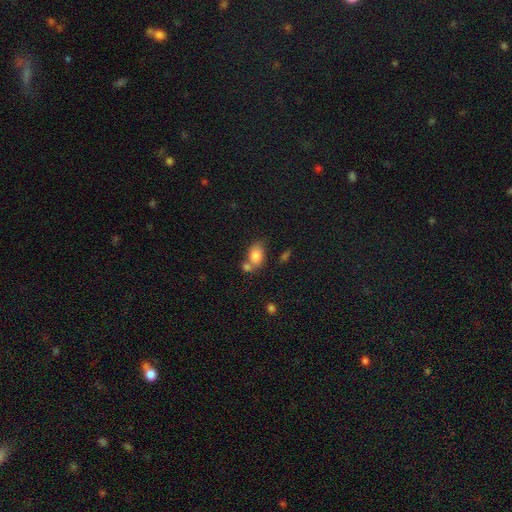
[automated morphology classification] Smooth or featured: smooth — 81% (featured or disk — 10%)
How rounded: in between — 83% (round — 16%)
Merging: none — 45% (merger — 36%)